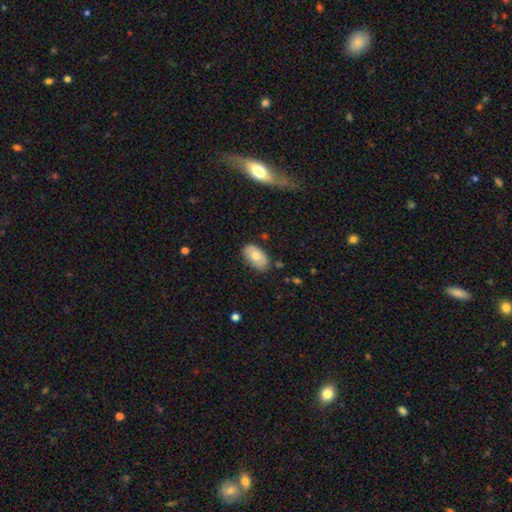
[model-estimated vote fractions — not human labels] The model was most divided on "smooth or featured": smooth: 71%, featured or disk: 22%, star or artifact: 7%. More confident: how rounded — in between (93%); merging — none (79%).